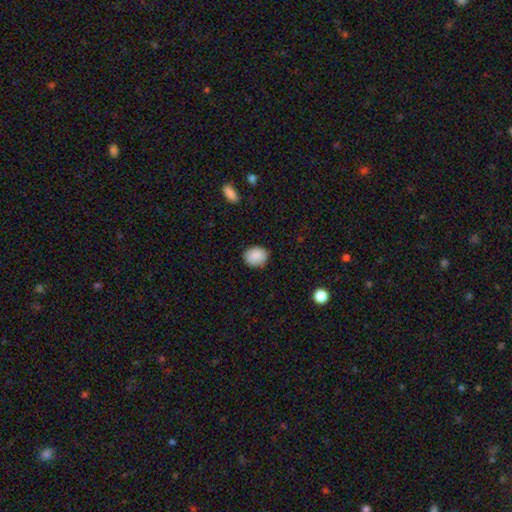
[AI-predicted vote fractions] smooth_or_featured: smooth (p=0.89) [alt: star or artifact p=0.08]
how_rounded: round (p=0.67) [alt: in between p=0.32]
merging: none (p=0.85) [alt: minor disturbance p=0.11]